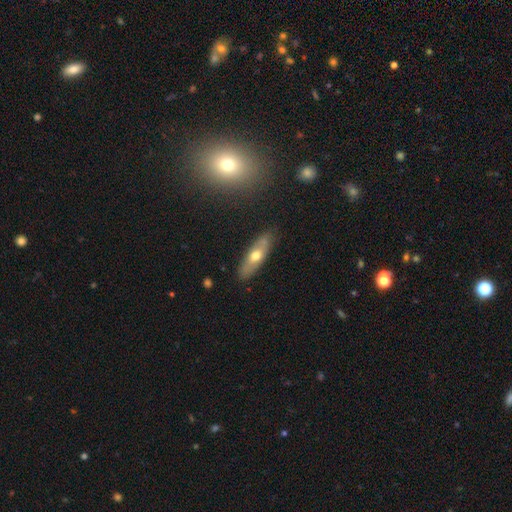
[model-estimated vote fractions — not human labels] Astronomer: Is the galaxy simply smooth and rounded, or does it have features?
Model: smooth — 49% (runner-up: featured or disk, 45%).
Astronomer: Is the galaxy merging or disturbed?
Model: none — 83%.